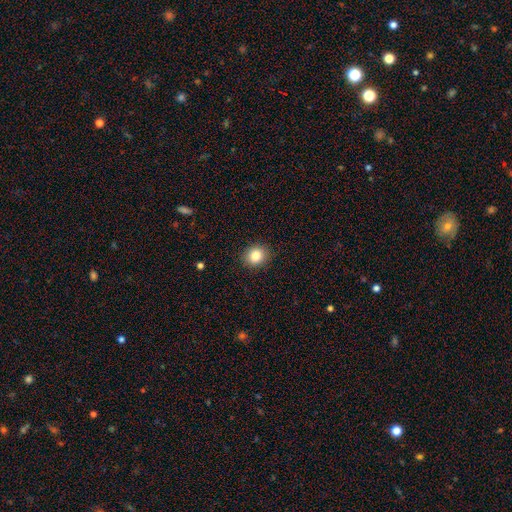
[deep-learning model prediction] This appears to be a smooth galaxy with no disk features (84%) that is round (75%). Merging: none (90%).